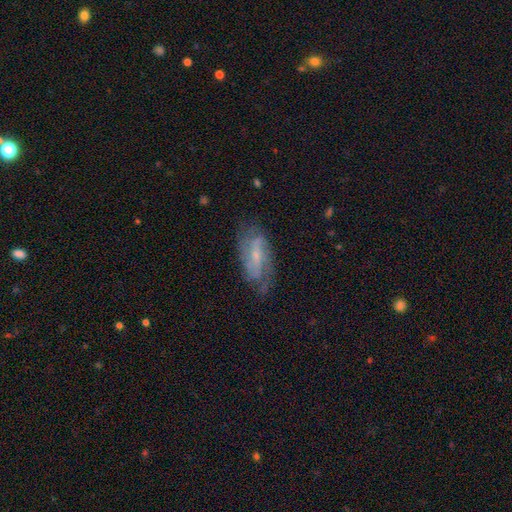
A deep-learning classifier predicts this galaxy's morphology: Smooth or featured: featured or disk — 76% (smooth — 17%)
Edge-on disk: no — 92% (yes — 8%)
Bar: weak — 47% (no — 34%)
Spiral arms: yes — 91% (no — 9%)
Spiral winding: medium — 43% (tight — 30%)
Spiral arm count: 2 — 56% (can't tell — 23%)
Bulge size: small — 69% (moderate — 21%)
Merging: none — 68% (minor disturbance — 22%)